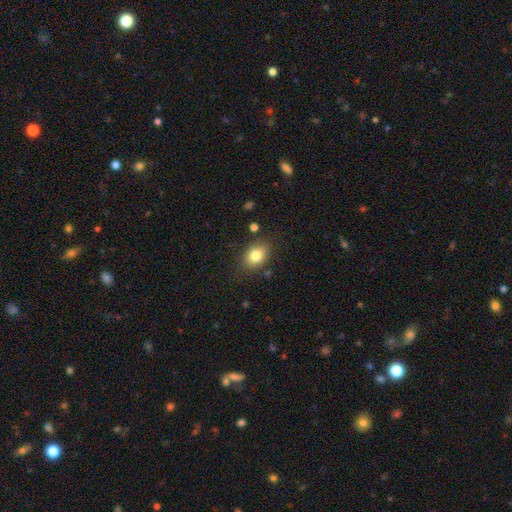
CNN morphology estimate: smooth-or-featured: smooth: 81% | star or artifact: 9% | featured or disk: 9%
  how-rounded: in between: 69% | round: 30% | cigar-shaped: 1%
  merging: none: 82% | minor disturbance: 12% | major disturbance: 3% | merger: 2%